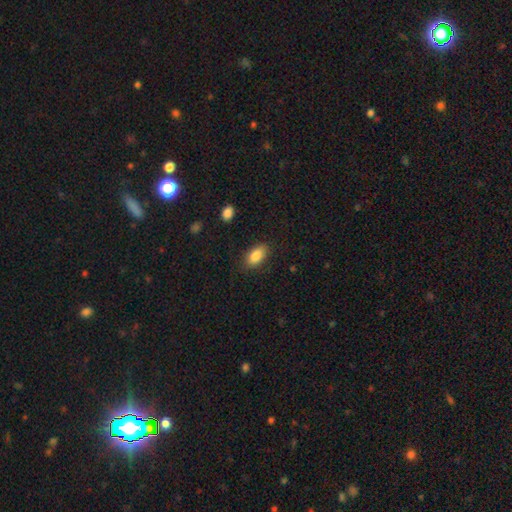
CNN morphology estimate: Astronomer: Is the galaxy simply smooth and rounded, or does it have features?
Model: smooth — 86%.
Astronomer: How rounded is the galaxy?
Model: in between — 91%.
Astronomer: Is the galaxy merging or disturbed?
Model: none — 83%.